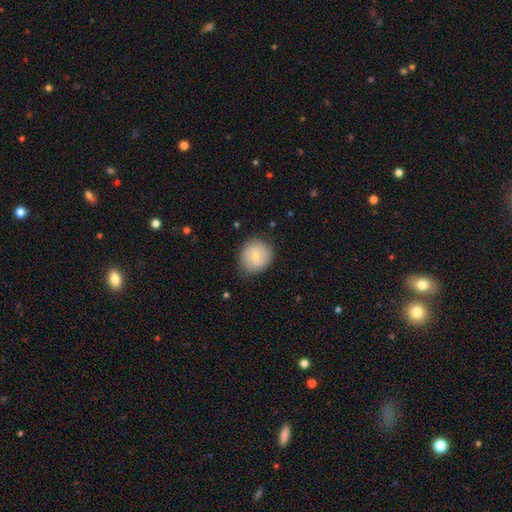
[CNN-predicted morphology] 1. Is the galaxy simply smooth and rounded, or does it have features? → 51% smooth, 41% featured or disk, 7% star or artifact.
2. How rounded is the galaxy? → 85% round, 14% in between, 1% cigar-shaped.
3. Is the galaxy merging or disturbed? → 81% none, 14% minor disturbance, 4% major disturbance, 1% merger.